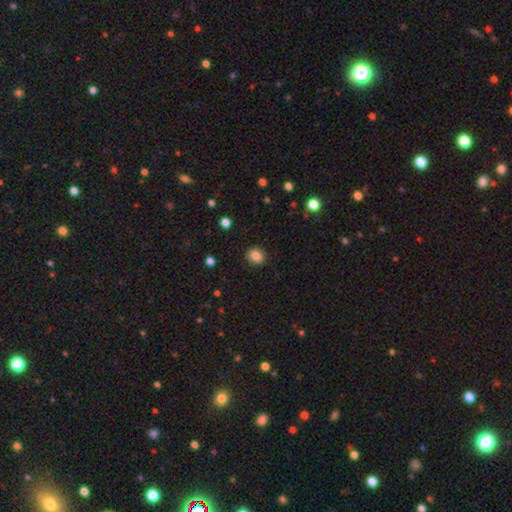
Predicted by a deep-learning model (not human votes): Smooth or featured? smooth (85%)
How rounded? round (68%)
Merging? none (88%)